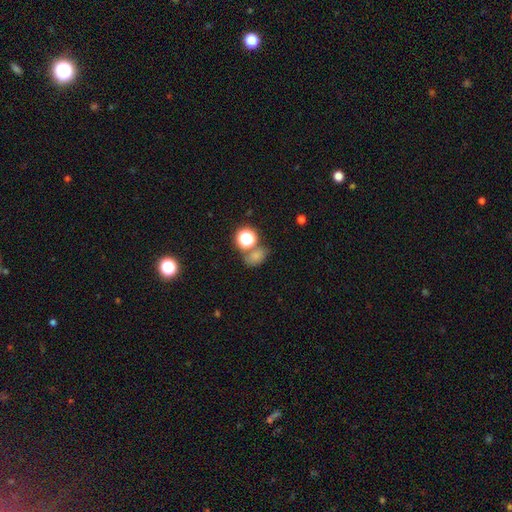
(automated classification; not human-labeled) Smooth or featured?
  - smooth: 69% *
  - star or artifact: 23%
  - featured or disk: 8%
How rounded?
  - in between: 56% *
  - round: 43%
  - cigar-shaped: 2%
Merging?
  - none: 55% *
  - merger: 22%
  - minor disturbance: 15%
  - major disturbance: 7%